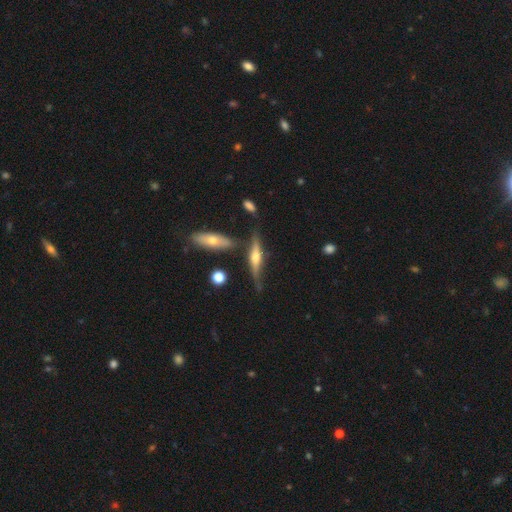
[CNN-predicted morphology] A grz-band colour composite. It shows a featured or disk galaxy (67%) viewed edge-on (94%) with a rounded central bulge (84%). Merging: none (67%).